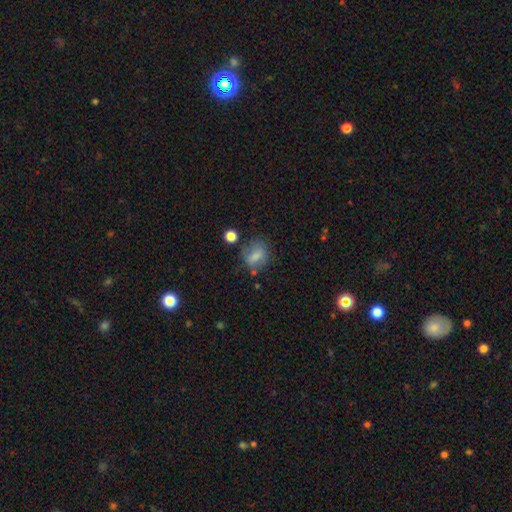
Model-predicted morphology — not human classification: Smooth or featured?
  - smooth: 73% *
  - featured or disk: 16%
  - star or artifact: 11%
How rounded?
  - in between: 55% *
  - round: 42%
  - cigar-shaped: 3%
Merging?
  - none: 56% *
  - minor disturbance: 24%
  - major disturbance: 12%
  - merger: 7%